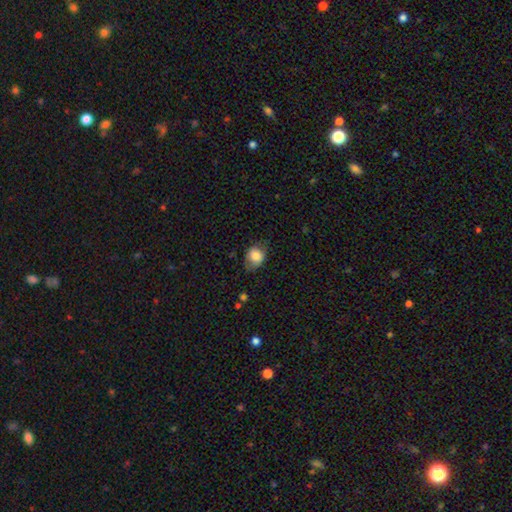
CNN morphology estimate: This appears to be a smooth galaxy with no disk features (81%) that is round (53%). Merging: none (63%).